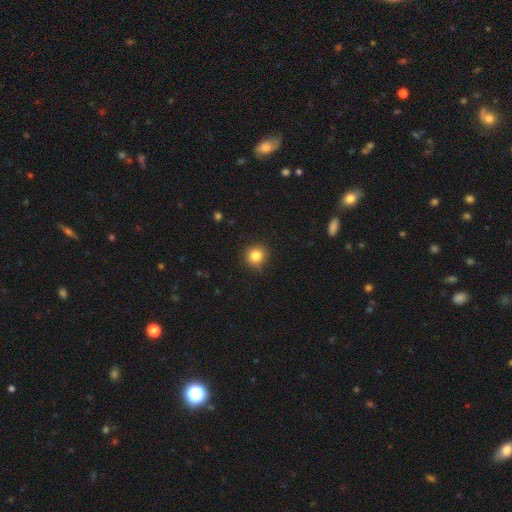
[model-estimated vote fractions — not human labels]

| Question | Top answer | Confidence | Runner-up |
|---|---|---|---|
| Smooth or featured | smooth | 83% | star or artifact (11%) |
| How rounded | round | 92% | in between (7%) |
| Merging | none | 87% | minor disturbance (10%) |